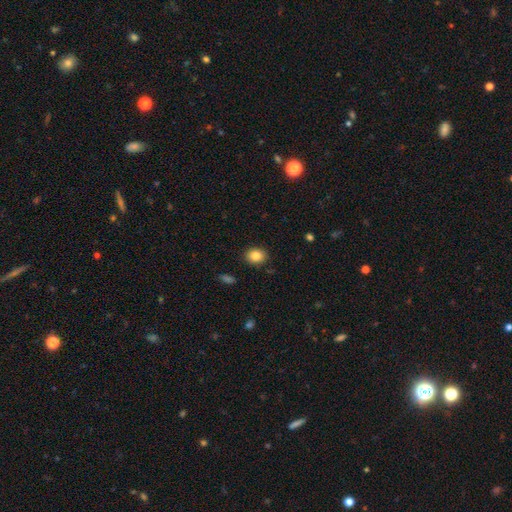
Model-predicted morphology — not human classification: A smooth galaxy with no disk features (85%) that is round (51%).

Vote fractions:
- Smooth or featured? smooth: 85% / star or artifact: 9% / featured or disk: 6%
- How rounded? round: 51% / in between: 48% / cigar-shaped: 1%
- Merging? none: 89% / minor disturbance: 8% / major disturbance: 2% / merger: 1%